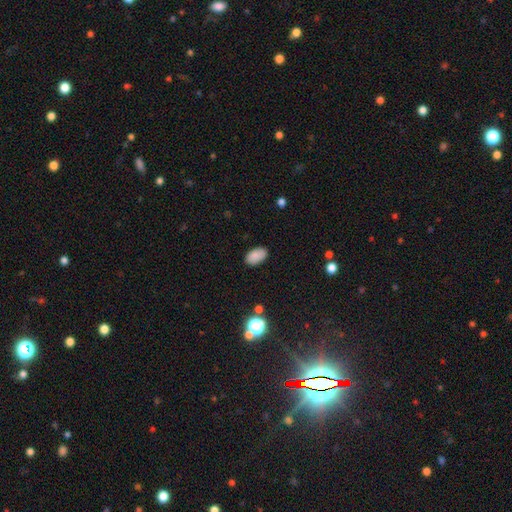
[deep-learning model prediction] Smooth or featured?
  - smooth: 86% *
  - star or artifact: 9%
  - featured or disk: 5%
How rounded?
  - in between: 93% *
  - round: 5%
  - cigar-shaped: 1%
Merging?
  - none: 86% *
  - minor disturbance: 10%
  - major disturbance: 2%
  - merger: 1%